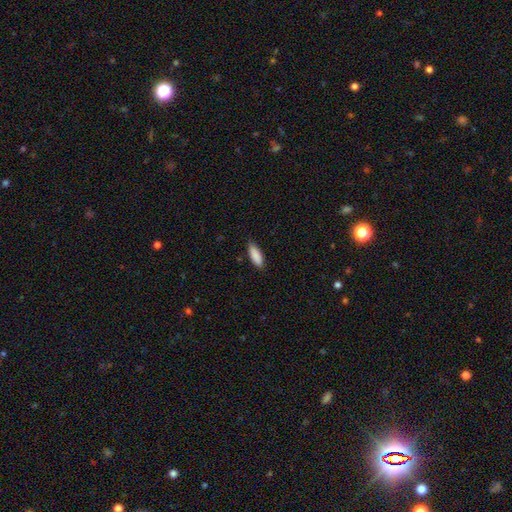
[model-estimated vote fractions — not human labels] Q: Smooth or featured?
A: smooth (89%); runner-up: star or artifact (6%)
Q: How rounded?
A: in between (64%); runner-up: cigar-shaped (35%)
Q: Merging?
A: none (86%); runner-up: minor disturbance (11%)